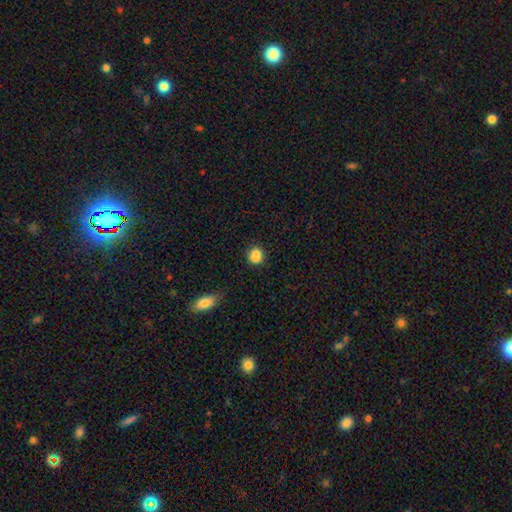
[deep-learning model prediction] This appears to be a smooth galaxy with no disk features (79%) that is round (72%). Merging: none (55%).